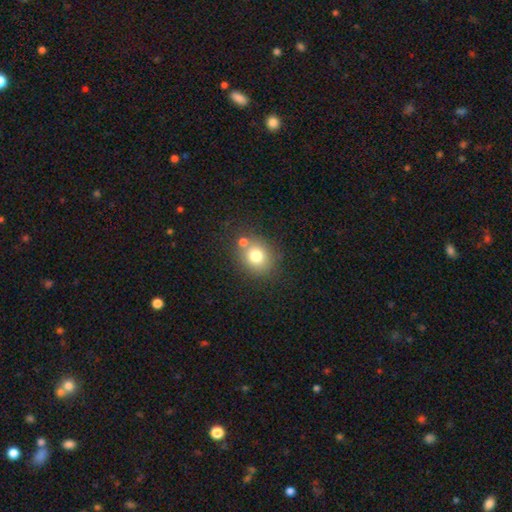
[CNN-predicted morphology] A smooth galaxy with no disk features (76%) that is round (74%).

Vote fractions:
- Smooth or featured? smooth: 76% / star or artifact: 13% / featured or disk: 11%
- How rounded? round: 74% / in between: 25% / cigar-shaped: 1%
- Merging? none: 68% / merger: 17% / minor disturbance: 11% / major disturbance: 4%